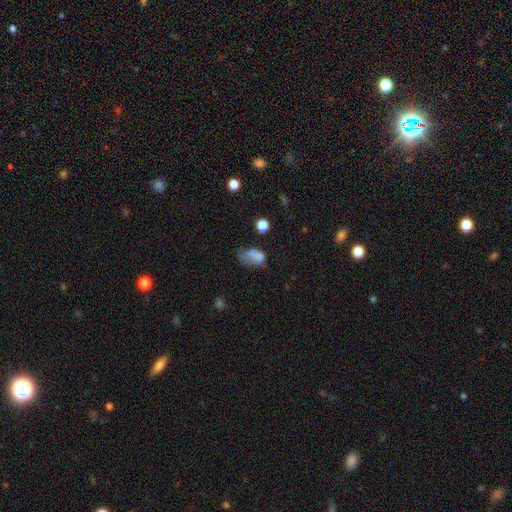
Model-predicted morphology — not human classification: A smooth galaxy with no disk features (68%) that is in between round and cigar-shaped (86%). Merging: major disturbance (40%).